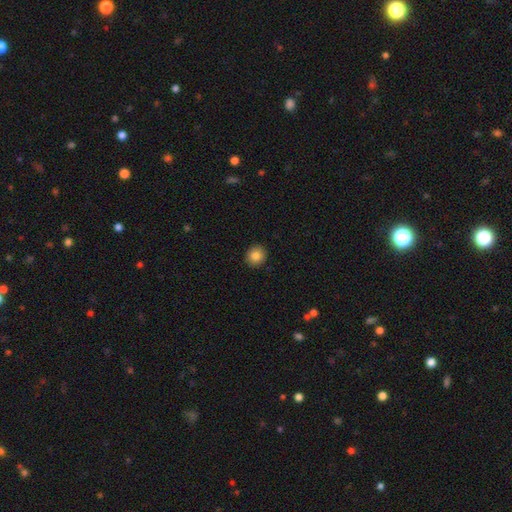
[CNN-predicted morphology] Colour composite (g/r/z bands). It shows a smooth galaxy with no disk features (84%) that is round (87%). Merging: none (92%).